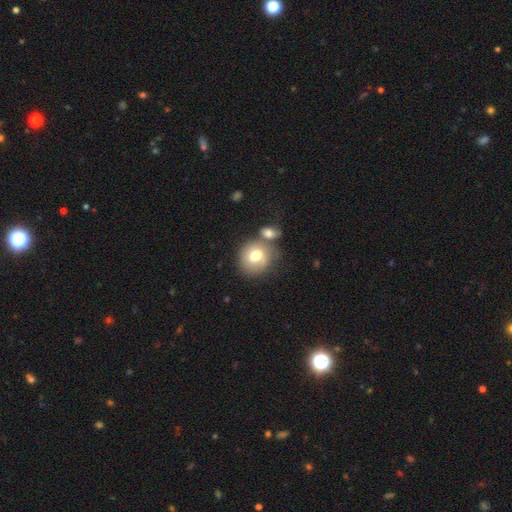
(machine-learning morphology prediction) The model was most divided on "merging": none: 51%, merger: 28%, minor disturbance: 14%, major disturbance: 6%. More confident: how rounded — round (79%); smooth or featured — smooth (72%).